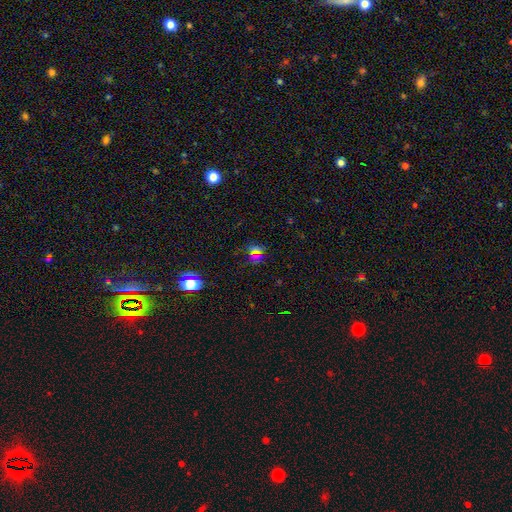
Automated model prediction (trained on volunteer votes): A star or artifact, not a galaxy (49%).

Vote fractions:
- Smooth or featured? star or artifact: 49% / smooth: 39% / featured or disk: 12%